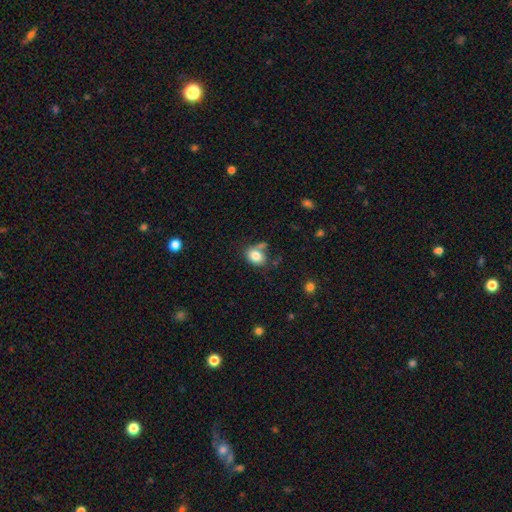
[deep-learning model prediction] A smooth galaxy with no disk features (82%) that is in between round and cigar-shaped (67%).

Vote fractions:
- Smooth or featured? smooth: 82% / featured or disk: 9% / star or artifact: 9%
- How rounded? in between: 67% / round: 32% / cigar-shaped: 1%
- Merging? none: 58% / minor disturbance: 19% / merger: 16% / major disturbance: 7%